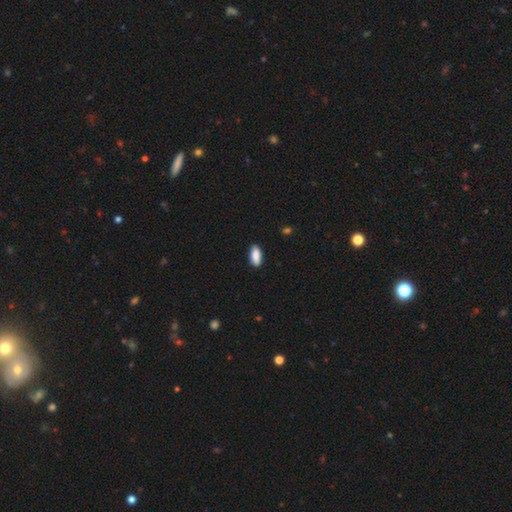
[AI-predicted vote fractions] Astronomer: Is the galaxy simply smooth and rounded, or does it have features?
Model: smooth — 88%.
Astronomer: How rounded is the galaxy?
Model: in between — 81%.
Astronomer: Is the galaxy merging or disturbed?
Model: none — 87%.